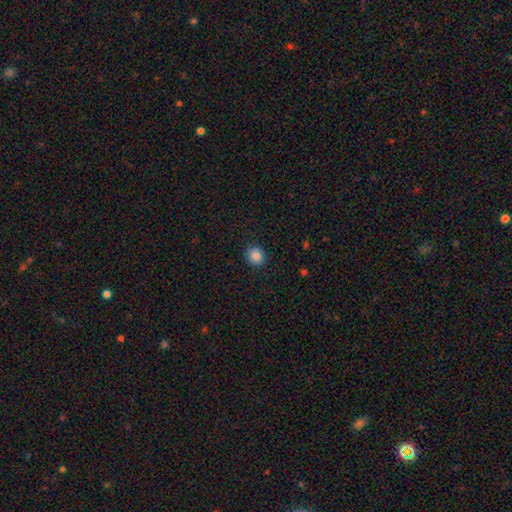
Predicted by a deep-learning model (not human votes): Overall: smooth (85%). How rounded: round (83%). Merging: none (91%).